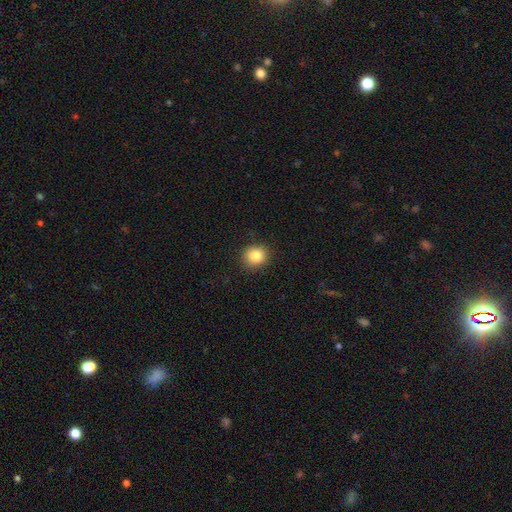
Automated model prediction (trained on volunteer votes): Smooth or featured: smooth — 84% (star or artifact — 10%)
How rounded: round — 80% (in between — 19%)
Merging: none — 88% (minor disturbance — 9%)